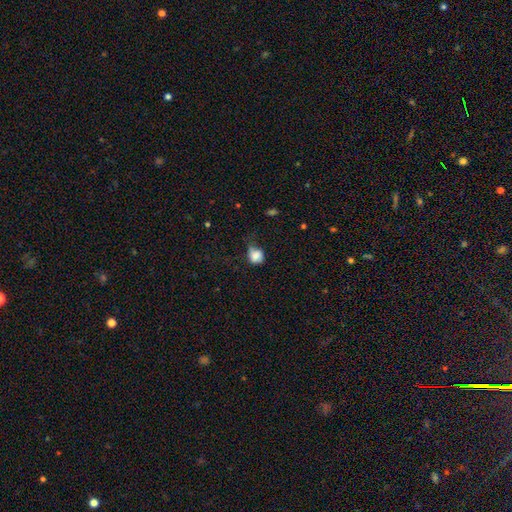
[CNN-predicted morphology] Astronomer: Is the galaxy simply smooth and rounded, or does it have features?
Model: smooth — 82%.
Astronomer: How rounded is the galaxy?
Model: round — 72%.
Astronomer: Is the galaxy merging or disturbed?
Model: minor disturbance — 38%, tied with none at 38%.